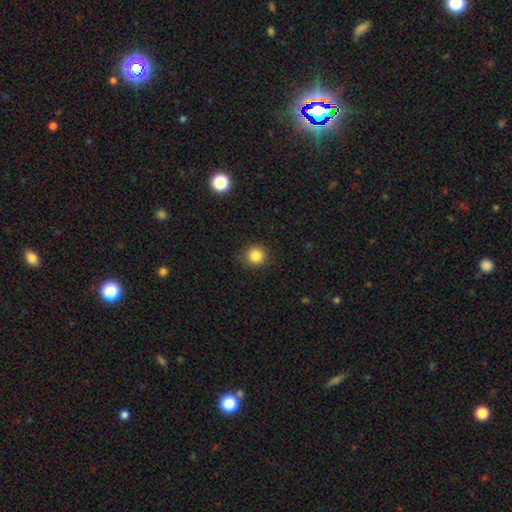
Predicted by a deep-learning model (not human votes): This is clearly a smooth galaxy (84%). How rounded: clearly round (91%). Merging: clearly none (87%).